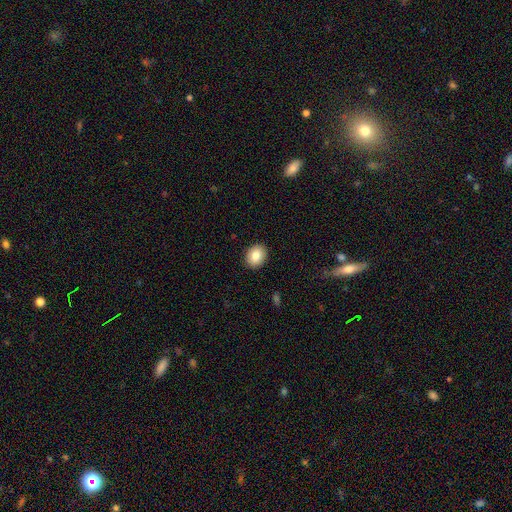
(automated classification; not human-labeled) The model was most divided on "how rounded": round: 51%, in between: 48%, cigar-shaped: 1%. More confident: merging — none (91%); smooth or featured — smooth (84%).